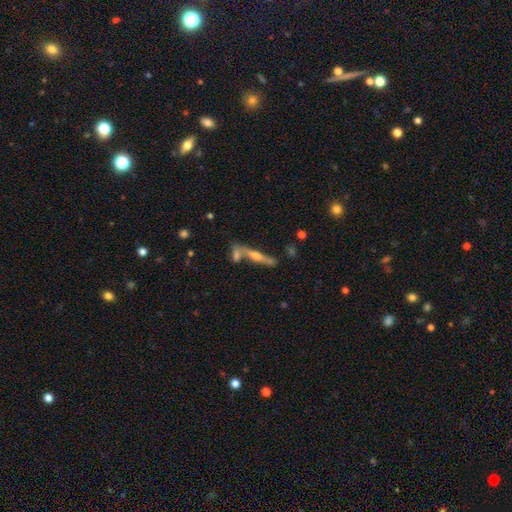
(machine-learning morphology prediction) featured or disk 68%, smooth 24%, star or artifact 7%. Down the decision tree: edge-on disk — yes (95%); edge-on bulge — rounded (88%); merging — none (67%).